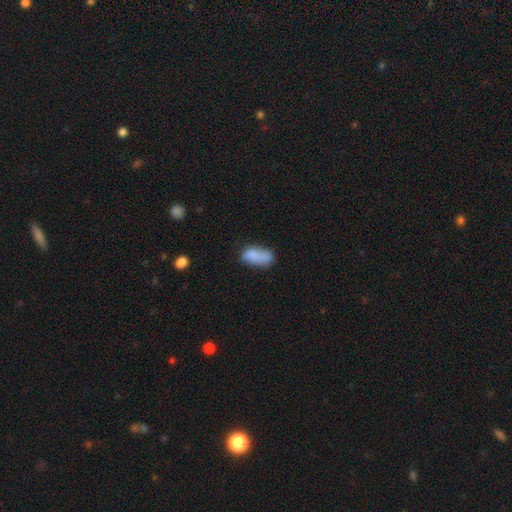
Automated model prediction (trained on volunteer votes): Smooth or featured? smooth (79%)
How rounded? in between (90%)
Merging? none (49%)